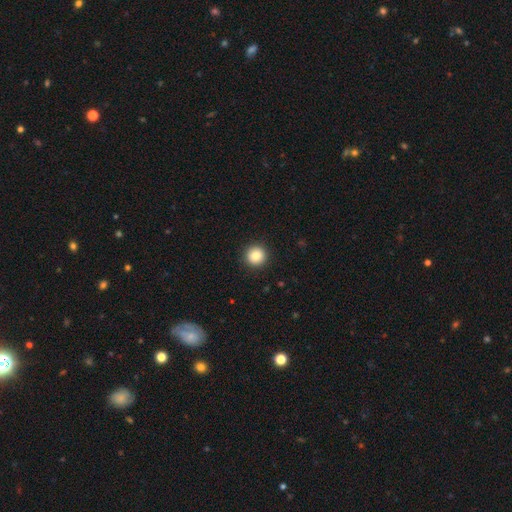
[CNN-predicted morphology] Smooth or featured? Predicted: smooth (p=0.85). How rounded? Predicted: round (p=0.95). Merging? Predicted: none (p=0.93).